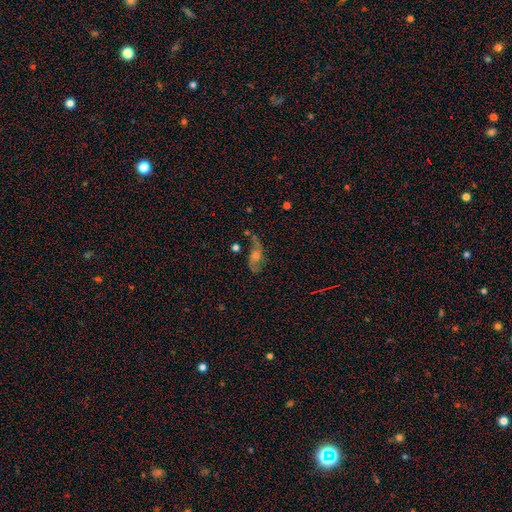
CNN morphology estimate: Smooth or featured? featured or disk (71%)
Edge-on disk? no (92%)
Bar? no (62%)
Spiral arms? yes (91%)
Spiral winding? loose (74%)
Spiral arm count? 2 (86%)
Bulge size? moderate (46%)
Merging? none (60%)